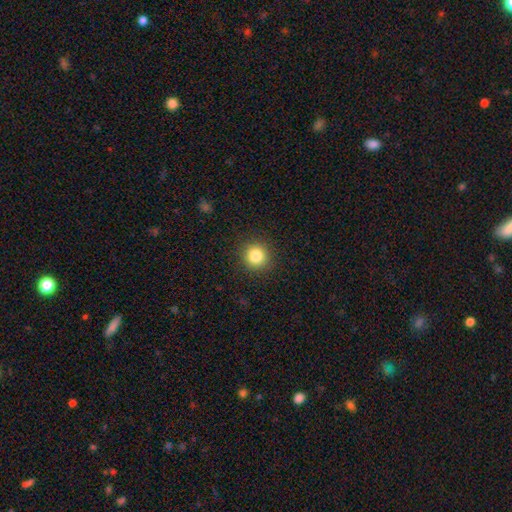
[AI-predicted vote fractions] Overall: smooth (84%). How rounded: round (93%). Merging: none (91%).